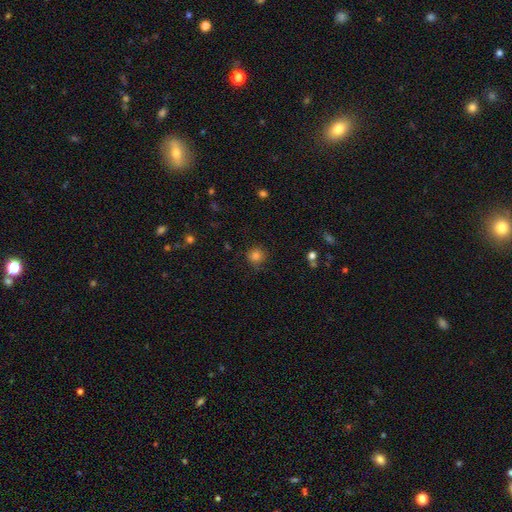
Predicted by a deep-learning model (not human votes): Smooth or featured? Predicted: smooth (p=0.83). How rounded? Predicted: round (p=0.91). Merging? Predicted: none (p=0.83).